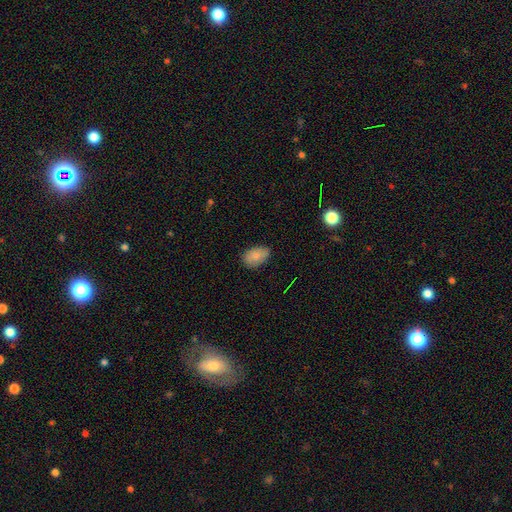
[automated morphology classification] The model was most divided on "merging": none: 81%, minor disturbance: 16%, major disturbance: 3%, merger: 1%. More confident: how rounded — in between (90%); smooth or featured — smooth (85%).